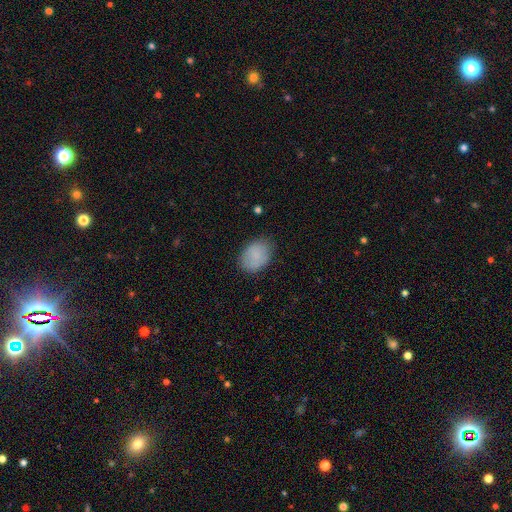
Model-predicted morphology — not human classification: Q: Smooth or featured?
A: smooth (84%); runner-up: featured or disk (9%)
Q: How rounded?
A: in between (72%); runner-up: round (27%)
Q: Merging?
A: none (77%); runner-up: minor disturbance (18%)